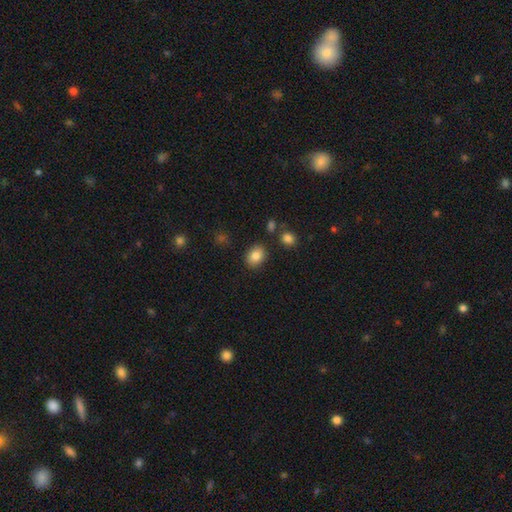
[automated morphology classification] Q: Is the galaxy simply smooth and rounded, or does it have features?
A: smooth — 84%.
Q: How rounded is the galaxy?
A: in between — 56%.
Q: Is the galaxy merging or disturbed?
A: none — 85%.